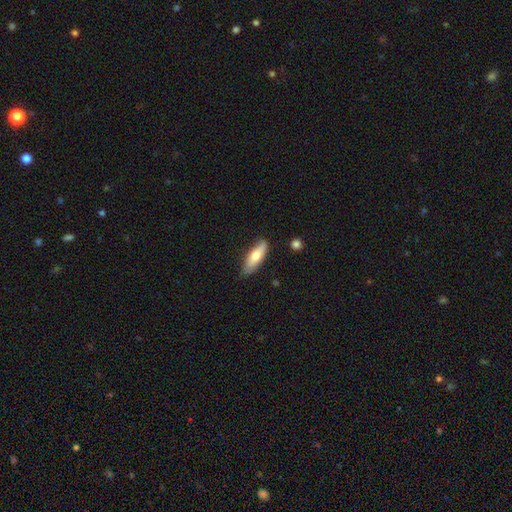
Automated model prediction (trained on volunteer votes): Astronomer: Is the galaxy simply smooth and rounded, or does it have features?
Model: smooth — 71%.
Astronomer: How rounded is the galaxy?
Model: in between — 55% (runner-up: cigar-shaped, 43%).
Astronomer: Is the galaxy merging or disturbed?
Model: none — 76%.